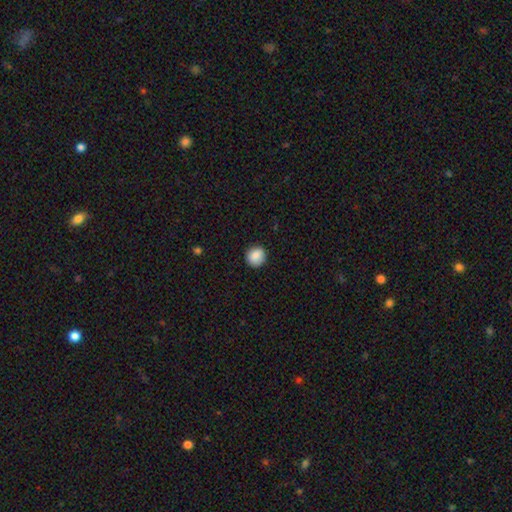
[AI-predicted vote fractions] Smooth or featured?
  - smooth: 88% *
  - star or artifact: 8%
  - featured or disk: 4%
How rounded?
  - round: 86% *
  - in between: 13%
  - cigar-shaped: 1%
Merging?
  - none: 87% *
  - minor disturbance: 10%
  - major disturbance: 2%
  - merger: 1%